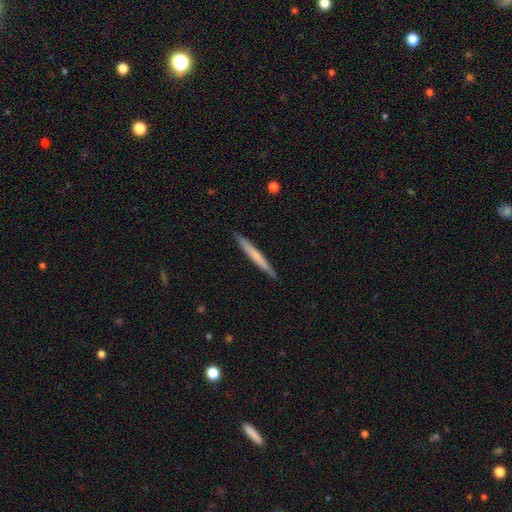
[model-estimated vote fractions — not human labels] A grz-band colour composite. It shows a smooth galaxy with no disk features (58%) that is cigar-shaped (97%). Merging: none (91%).